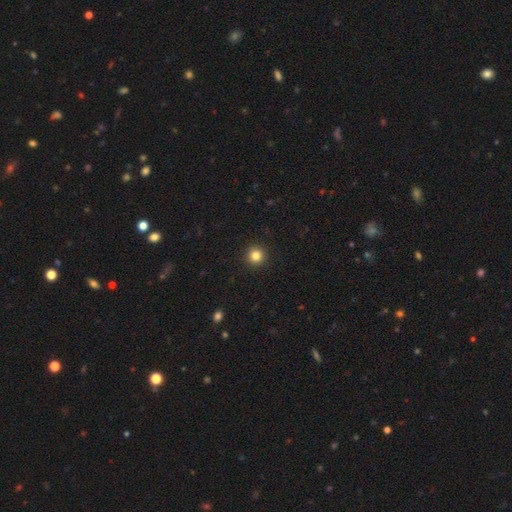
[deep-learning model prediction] This appears to be a smooth galaxy with no disk features (84%) that is round (95%). Merging: none (93%).